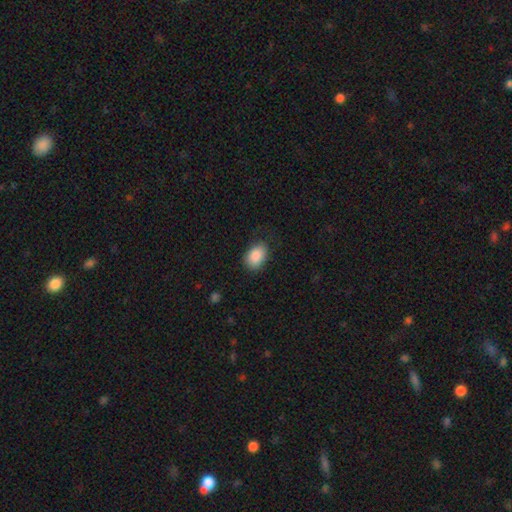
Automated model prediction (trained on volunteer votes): Smooth or featured?
  - smooth: 88% *
  - star or artifact: 7%
  - featured or disk: 5%
How rounded?
  - in between: 83% *
  - round: 16%
  - cigar-shaped: 1%
Merging?
  - none: 77% *
  - minor disturbance: 17%
  - major disturbance: 4%
  - merger: 1%